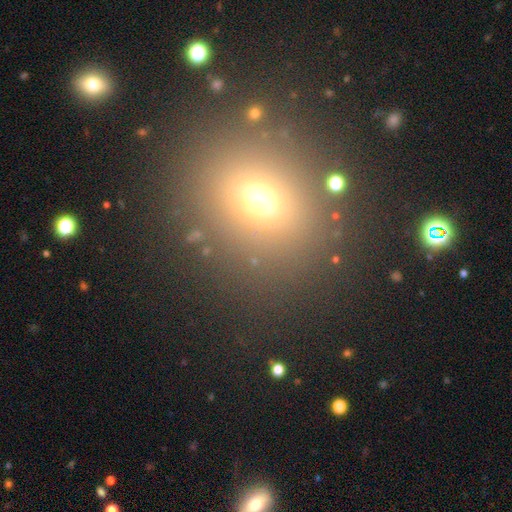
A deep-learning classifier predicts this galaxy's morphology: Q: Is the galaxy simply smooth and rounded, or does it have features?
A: smooth — 63%.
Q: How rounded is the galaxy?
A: round — 70%.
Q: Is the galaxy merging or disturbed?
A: none — 85%.